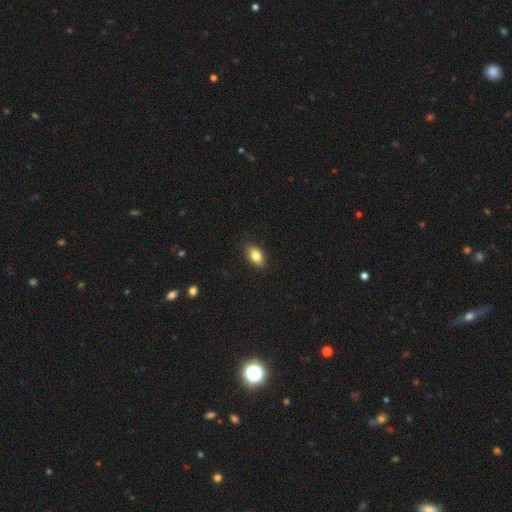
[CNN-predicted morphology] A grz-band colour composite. It shows a smooth galaxy with no disk features (83%) that is in between round and cigar-shaped (90%). Merging: none (88%).